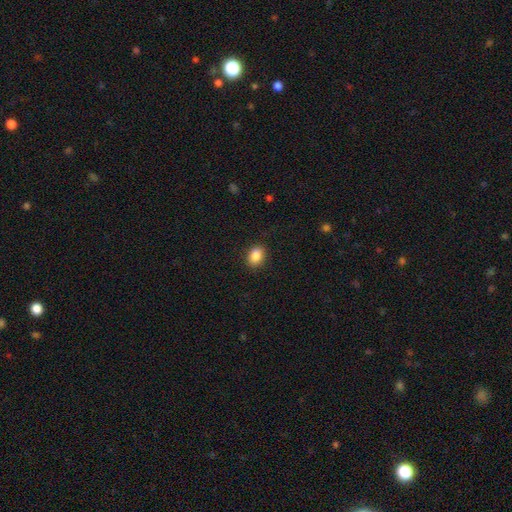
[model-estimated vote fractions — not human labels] Overall: smooth (87%). How rounded: in between (64%; round 35%). Merging: none (88%).